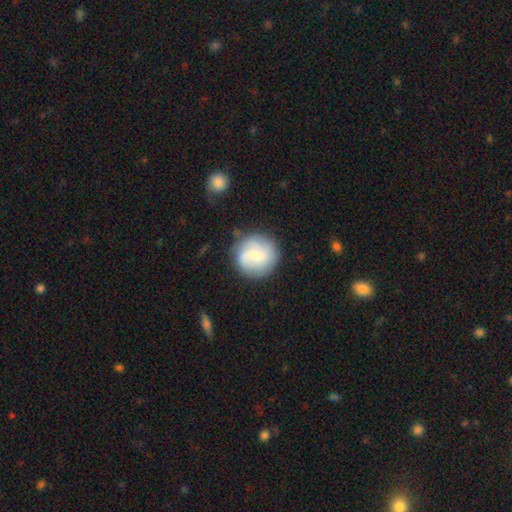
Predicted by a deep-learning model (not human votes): Q: Smooth or featured?
A: smooth (58%); runner-up: featured or disk (34%)
Q: How rounded?
A: round (92%); runner-up: in between (7%)
Q: Merging?
A: none (75%); runner-up: minor disturbance (15%)